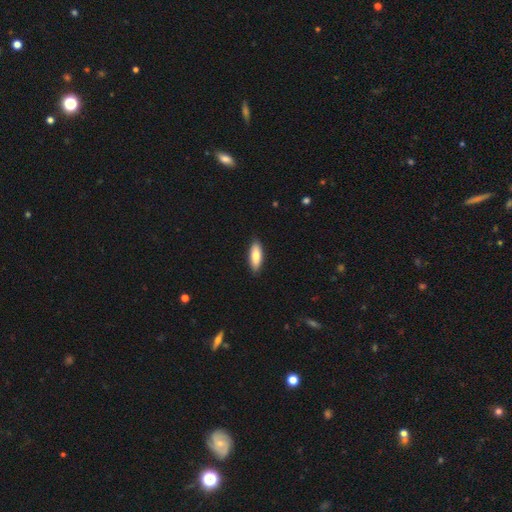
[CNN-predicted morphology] Smooth or featured? smooth (78%)
How rounded? in between (65%)
Merging? none (89%)